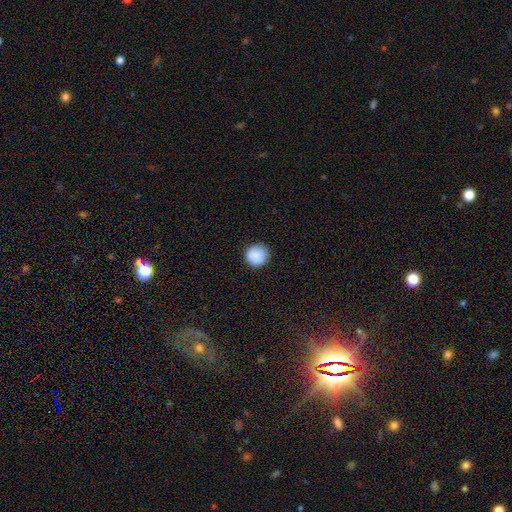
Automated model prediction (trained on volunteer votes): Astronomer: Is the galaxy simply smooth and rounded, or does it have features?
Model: smooth — 89%.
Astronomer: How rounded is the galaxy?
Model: round — 95%.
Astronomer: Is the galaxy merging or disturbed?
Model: none — 89%.